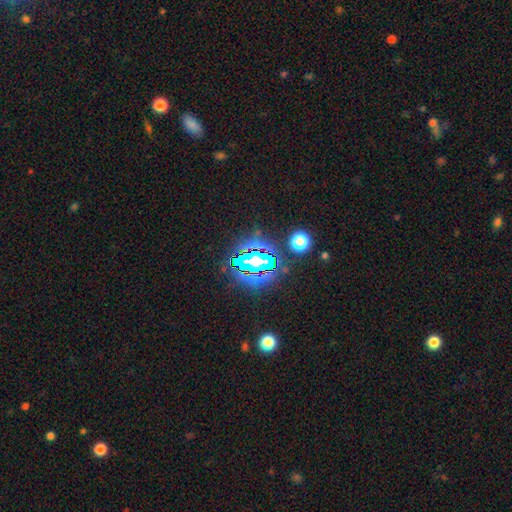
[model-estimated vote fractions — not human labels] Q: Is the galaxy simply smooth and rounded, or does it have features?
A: star or artifact — 80%.